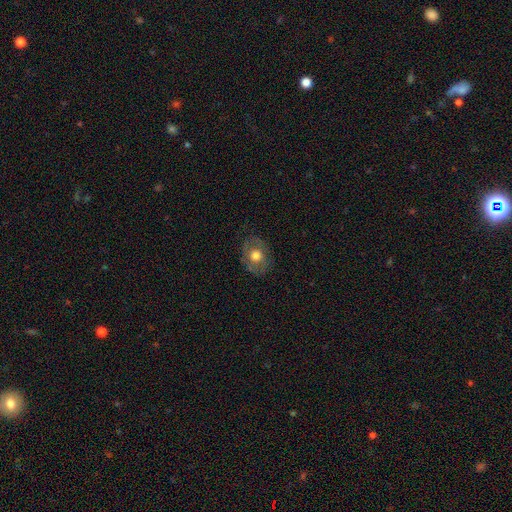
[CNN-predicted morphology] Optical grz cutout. It shows a smooth galaxy with no disk features (57%) that is round (51%). Merging: none (79%).